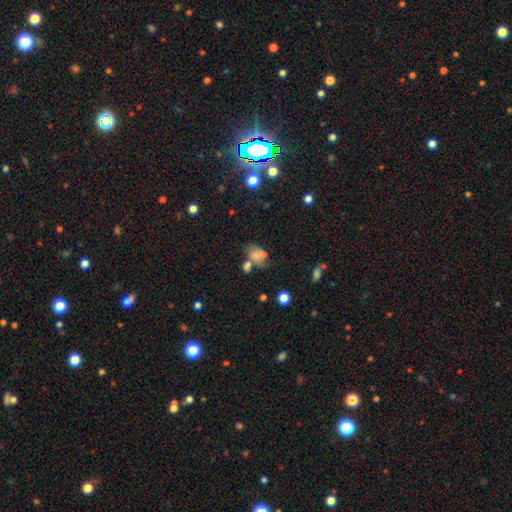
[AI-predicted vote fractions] Overall: smooth (62%; featured or disk 23%). How rounded: in between (74%). Merging: merger (35%; none 34%).